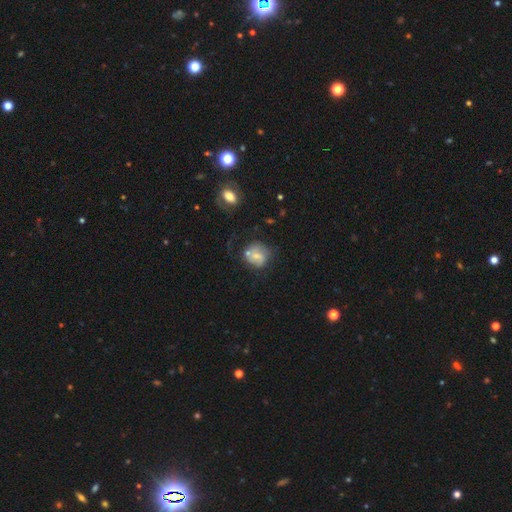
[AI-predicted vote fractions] Smooth or featured: smooth — 46% (featured or disk — 44%)
Merging: none — 49% (minor disturbance — 23%)